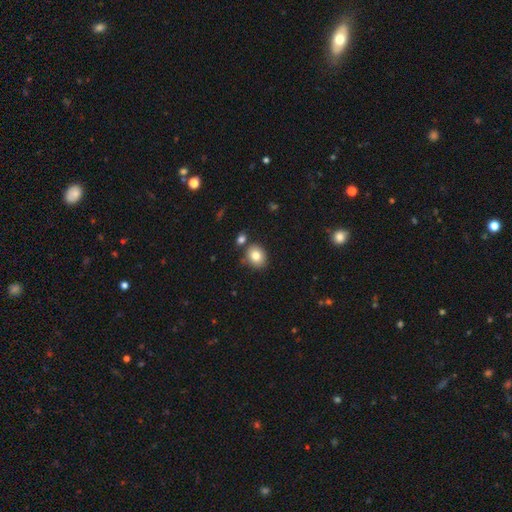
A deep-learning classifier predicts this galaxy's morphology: Smooth or featured?
  - smooth: 81% *
  - featured or disk: 10%
  - star or artifact: 9%
How rounded?
  - in between: 52% *
  - round: 47%
  - cigar-shaped: 1%
Merging?
  - none: 77% *
  - minor disturbance: 11%
  - merger: 9%
  - major disturbance: 3%